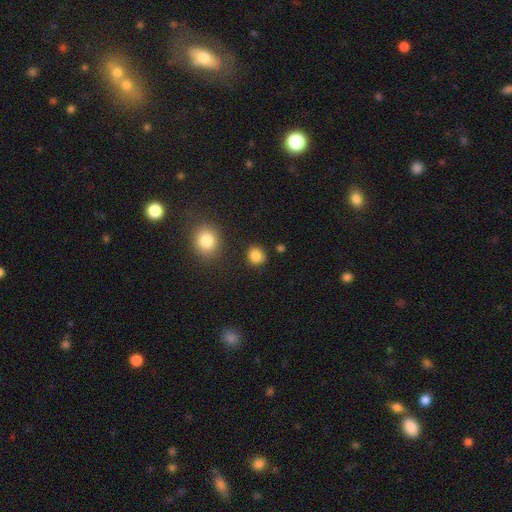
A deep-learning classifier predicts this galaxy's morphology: The model was most divided on "how rounded": round: 84%, in between: 15%, cigar-shaped: 1%. More confident: smooth or featured — smooth (85%); merging — none (84%).